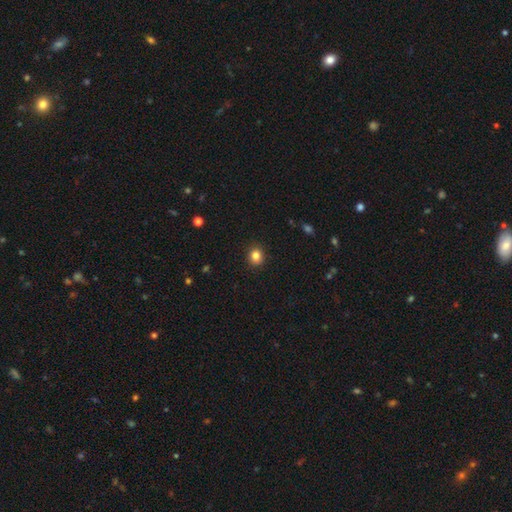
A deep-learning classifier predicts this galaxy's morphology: A smooth galaxy with no disk features (84%) that is round (76%).

Vote fractions:
- Smooth or featured? smooth: 84% / star or artifact: 11% / featured or disk: 5%
- How rounded? round: 76% / in between: 23% / cigar-shaped: 1%
- Merging? none: 91% / minor disturbance: 6% / major disturbance: 2% / merger: 1%